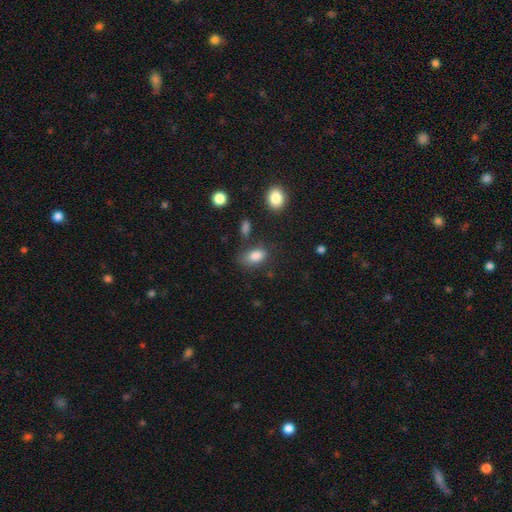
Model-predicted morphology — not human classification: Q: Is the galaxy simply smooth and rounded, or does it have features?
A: smooth — 84%.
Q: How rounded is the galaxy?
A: in between — 88%.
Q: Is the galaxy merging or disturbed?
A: none — 65%.